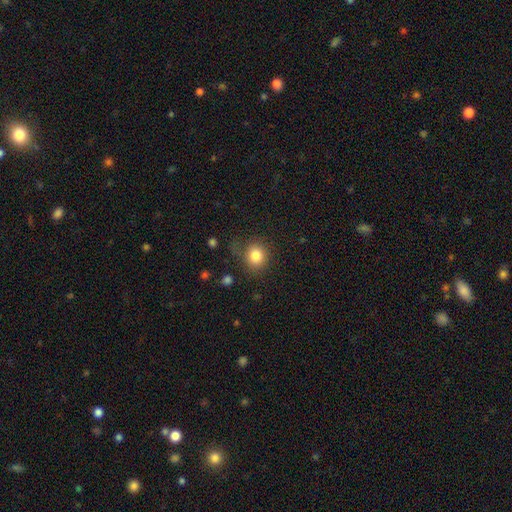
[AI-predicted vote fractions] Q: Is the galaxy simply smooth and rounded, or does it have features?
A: smooth — 83%.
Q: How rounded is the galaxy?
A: round — 80%.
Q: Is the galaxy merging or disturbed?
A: none — 73%.